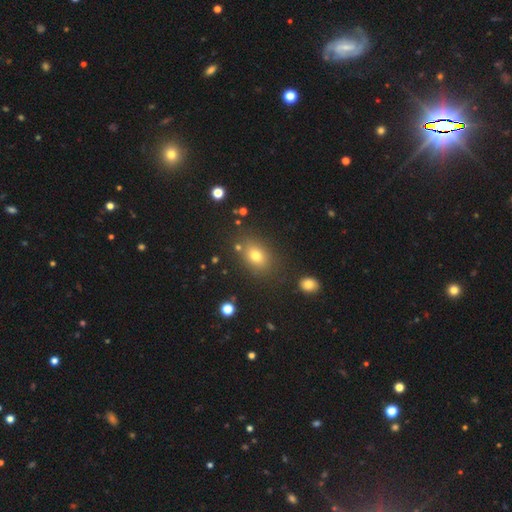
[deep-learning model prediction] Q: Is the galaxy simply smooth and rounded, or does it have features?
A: smooth — 74%.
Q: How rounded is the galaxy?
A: in between — 66%.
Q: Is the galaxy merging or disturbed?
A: none — 79%.